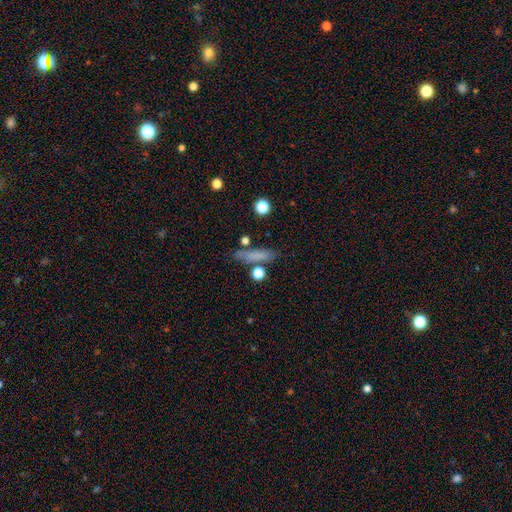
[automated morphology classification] smooth-or-featured: smooth: 73% | featured or disk: 16% | star or artifact: 11%
  how-rounded: cigar-shaped: 75% | in between: 19% | round: 6%
  merging: none: 76% | minor disturbance: 13% | merger: 7% | major disturbance: 4%